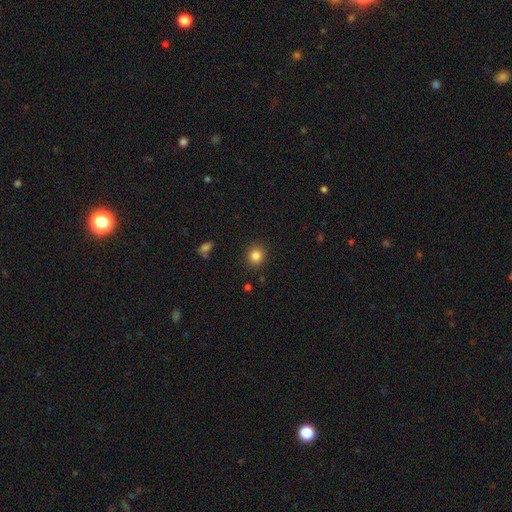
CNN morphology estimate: Q: Smooth or featured?
A: smooth (83%); runner-up: star or artifact (11%)
Q: How rounded?
A: round (87%); runner-up: in between (12%)
Q: Merging?
A: none (90%); runner-up: minor disturbance (7%)